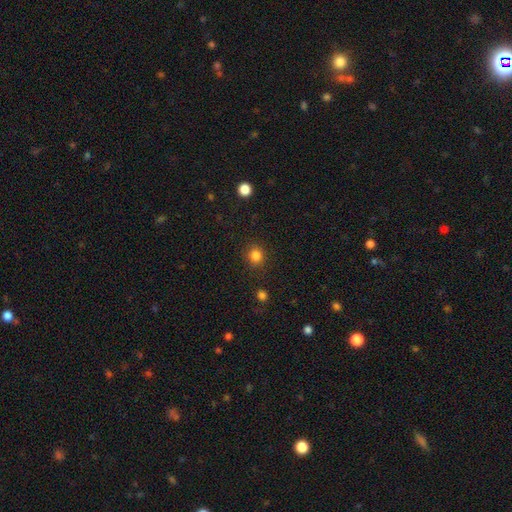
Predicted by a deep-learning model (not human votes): smooth 83%, star or artifact 13%, featured or disk 4%. Down the decision tree: how rounded — round (90%); merging — none (89%).